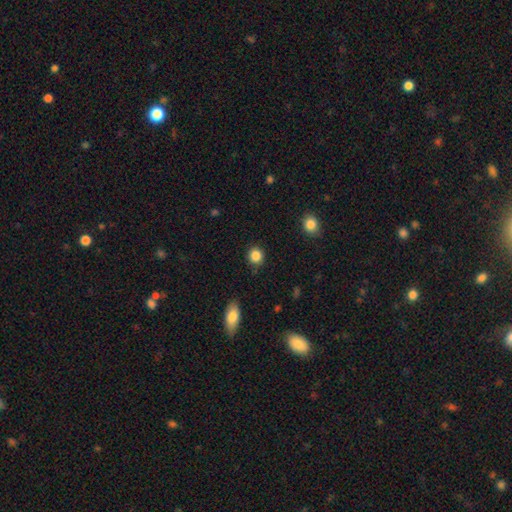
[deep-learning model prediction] Smooth or featured: smooth — 87% (star or artifact — 10%)
How rounded: round — 87% (in between — 12%)
Merging: none — 87% (minor disturbance — 9%)